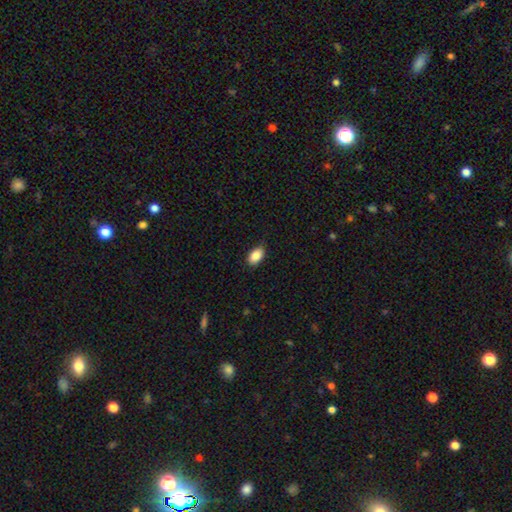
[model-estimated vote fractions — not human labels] A smooth galaxy with no disk features (87%) that is in between round and cigar-shaped (91%).

Vote fractions:
- Smooth or featured? smooth: 87% / star or artifact: 7% / featured or disk: 5%
- How rounded? in between: 91% / round: 7% / cigar-shaped: 2%
- Merging? none: 83% / minor disturbance: 14% / major disturbance: 2% / merger: 1%